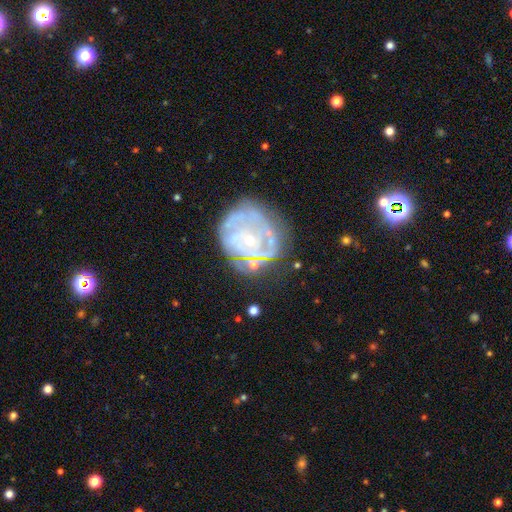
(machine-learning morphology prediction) This is likely a featured or disk galaxy (70%). It is clearly not viewed edge-on (98%). Bar: clearly no (80%). Spiral arm pattern: possibly yes (59%). Central bulge: possibly small (57%). Merging: possibly none (56%).